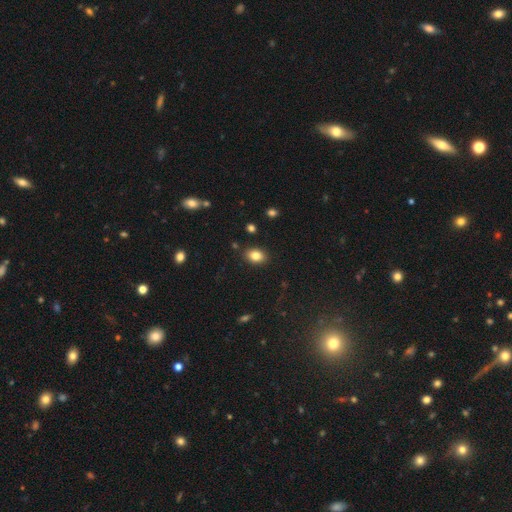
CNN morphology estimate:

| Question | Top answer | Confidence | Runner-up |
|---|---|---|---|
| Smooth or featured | smooth | 83% | star or artifact (10%) |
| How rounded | in between | 74% | round (25%) |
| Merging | none | 87% | minor disturbance (9%) |